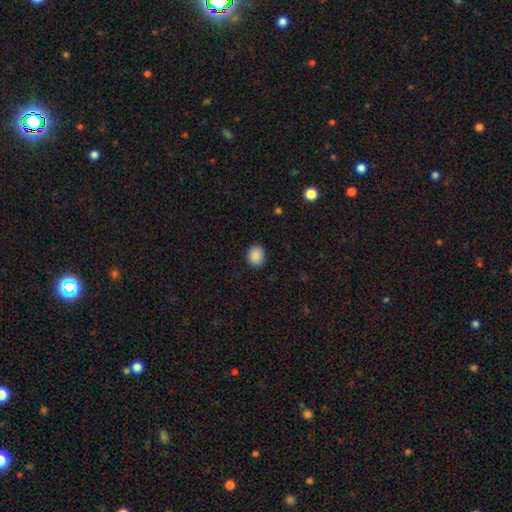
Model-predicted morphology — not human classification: Overall: smooth (89%). How rounded: round (62%; in between 37%). Merging: none (89%).